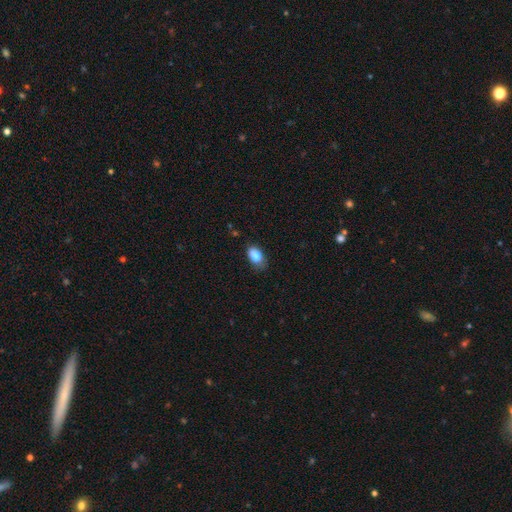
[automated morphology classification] Smooth or featured? smooth (84%)
How rounded? in between (89%)
Merging? none (68%)